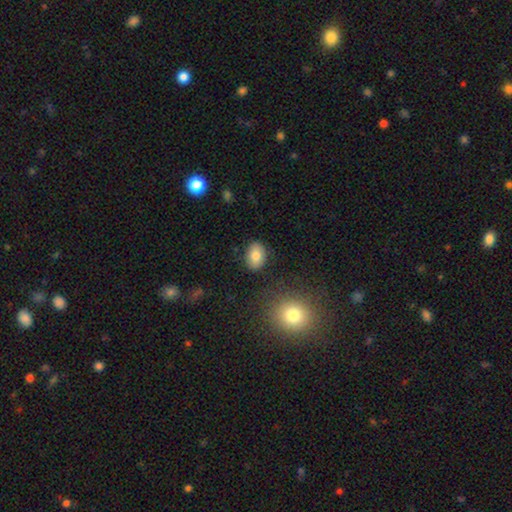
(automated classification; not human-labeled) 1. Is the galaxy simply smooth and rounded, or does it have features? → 81% smooth, 11% featured or disk, 9% star or artifact.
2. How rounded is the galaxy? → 74% in between, 25% round, 1% cigar-shaped.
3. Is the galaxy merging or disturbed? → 85% none, 10% minor disturbance, 3% major disturbance, 2% merger.